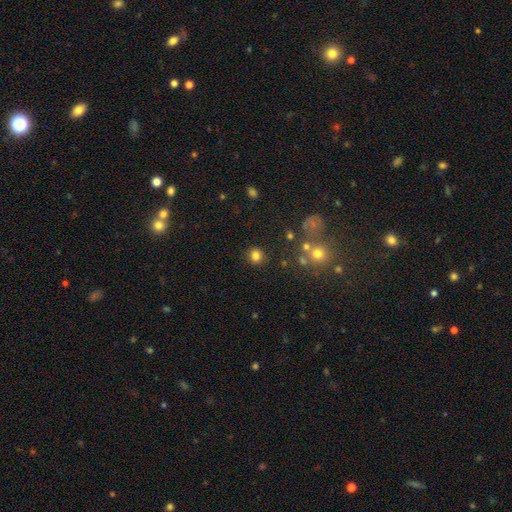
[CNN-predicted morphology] Q: Smooth or featured?
A: smooth (81%); runner-up: star or artifact (13%)
Q: How rounded?
A: round (89%); runner-up: in between (10%)
Q: Merging?
A: none (88%); runner-up: minor disturbance (7%)